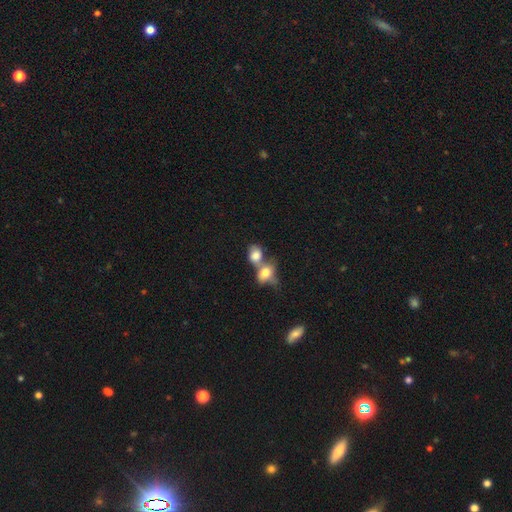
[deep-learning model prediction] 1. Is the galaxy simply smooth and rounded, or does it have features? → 76% smooth, 14% featured or disk, 9% star or artifact.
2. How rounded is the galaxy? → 57% in between, 41% round, 2% cigar-shaped.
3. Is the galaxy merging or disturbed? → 66% merger, 21% none, 8% minor disturbance, 5% major disturbance.